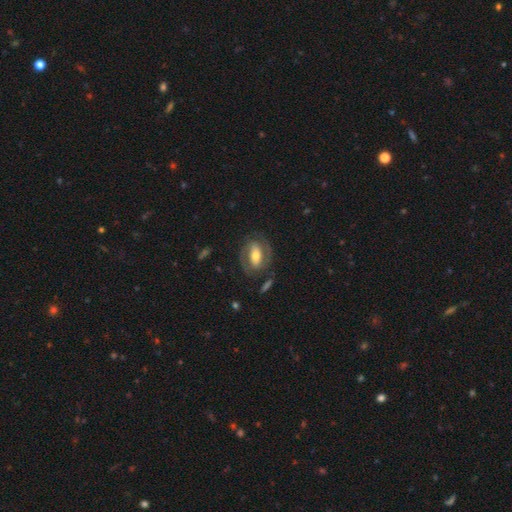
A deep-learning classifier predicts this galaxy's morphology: featured or disk 70%, smooth 25%, star or artifact 6%. Down the decision tree: edge-on disk — no (94%); bar — strong (45%); spiral arms — yes (77%); spiral arm count — 2 (82%); spiral winding — tight (44%); bulge size — moderate (59%); merging — none (73%).